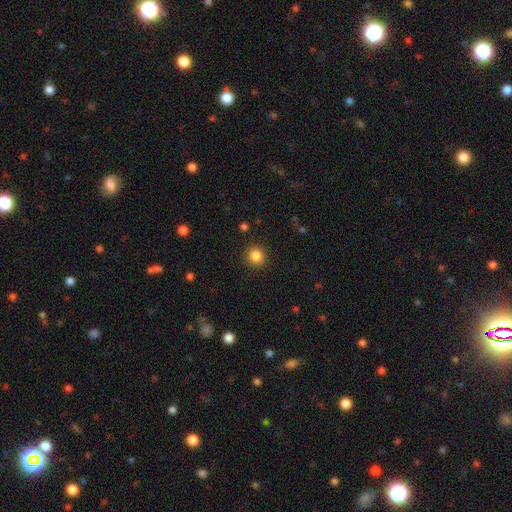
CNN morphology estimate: Q: Smooth or featured?
A: smooth (85%); runner-up: star or artifact (11%)
Q: How rounded?
A: round (91%); runner-up: in between (8%)
Q: Merging?
A: none (91%); runner-up: minor disturbance (6%)